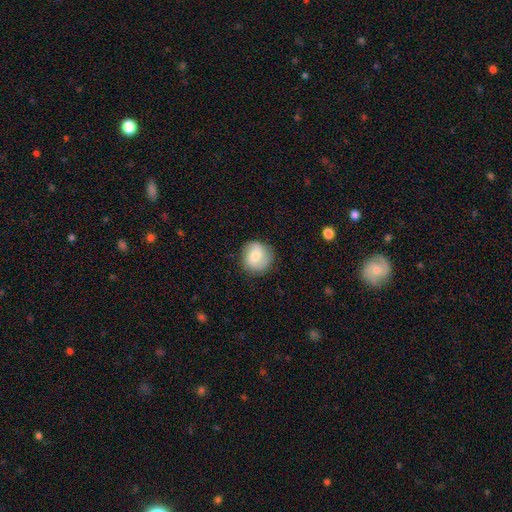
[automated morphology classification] The model was most divided on "smooth or featured": smooth: 66%, featured or disk: 26%, star or artifact: 7%. More confident: how rounded — round (88%); merging — none (84%).